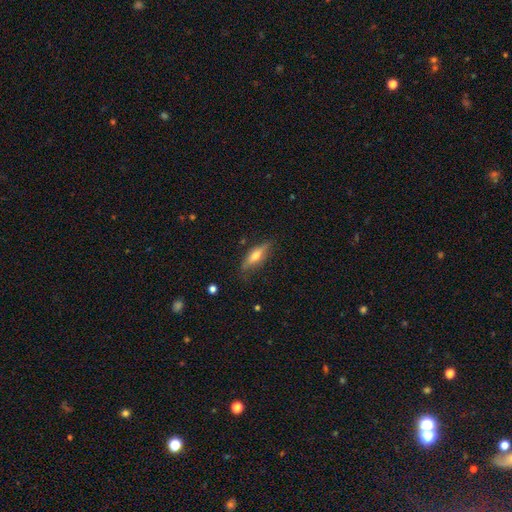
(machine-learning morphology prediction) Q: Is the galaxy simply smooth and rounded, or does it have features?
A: featured or disk — 50%.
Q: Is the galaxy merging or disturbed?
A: none — 77%.